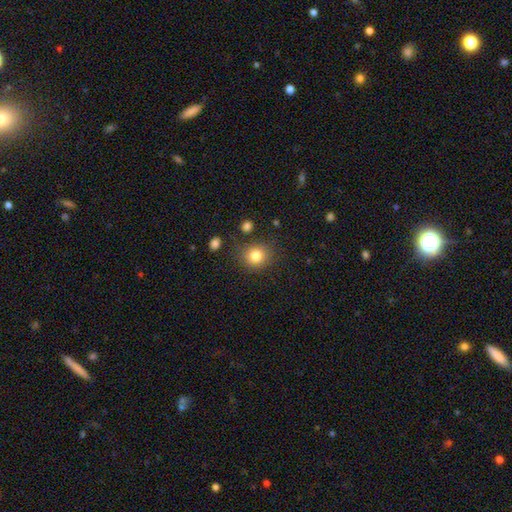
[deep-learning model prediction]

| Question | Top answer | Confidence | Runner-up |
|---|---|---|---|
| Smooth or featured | smooth | 82% | star or artifact (11%) |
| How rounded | round | 81% | in between (18%) |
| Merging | none | 83% | minor disturbance (10%) |